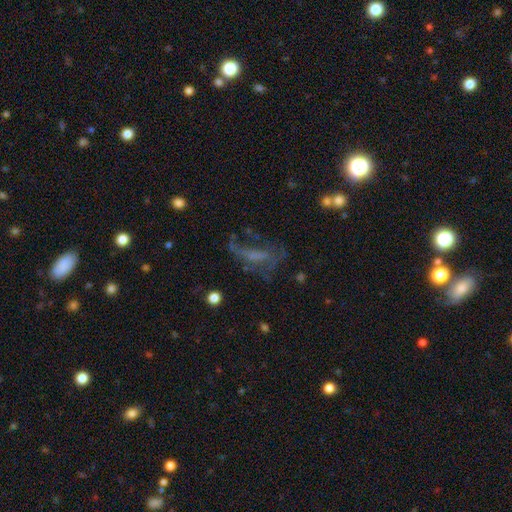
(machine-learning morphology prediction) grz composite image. It shows a featured or disk galaxy (47%). Merging: major disturbance (41%).